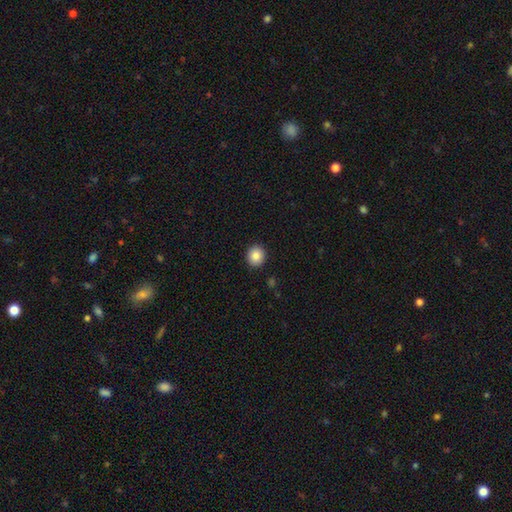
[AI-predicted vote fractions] A smooth galaxy with no disk features (85%) that is round (84%).

Vote fractions:
- Smooth or featured? smooth: 85% / star or artifact: 9% / featured or disk: 6%
- How rounded? round: 84% / in between: 15% / cigar-shaped: 1%
- Merging? none: 92% / minor disturbance: 6% / major disturbance: 2% / merger: 1%